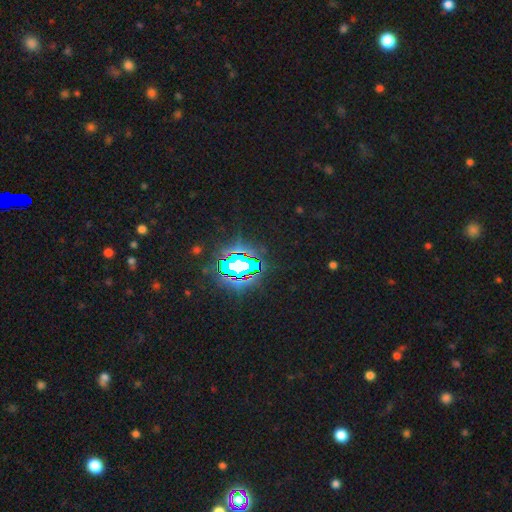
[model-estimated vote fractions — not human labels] smooth-or-featured: star or artifact: 83% | smooth: 10% | featured or disk: 7%